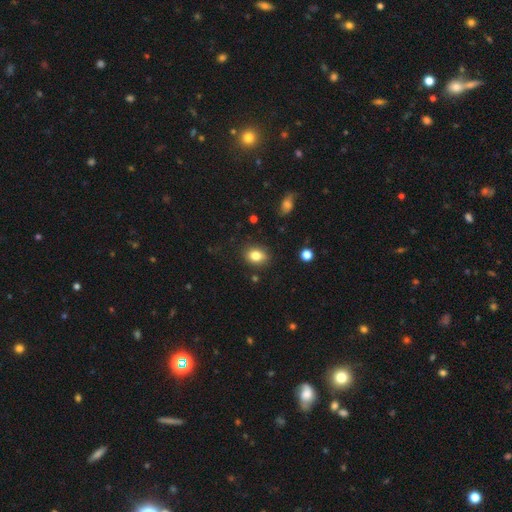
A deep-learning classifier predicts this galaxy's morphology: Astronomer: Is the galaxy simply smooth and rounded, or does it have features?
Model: smooth — 83%.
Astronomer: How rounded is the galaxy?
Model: in between — 60% (runner-up: round, 38%).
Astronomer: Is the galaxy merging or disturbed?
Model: none — 83%.